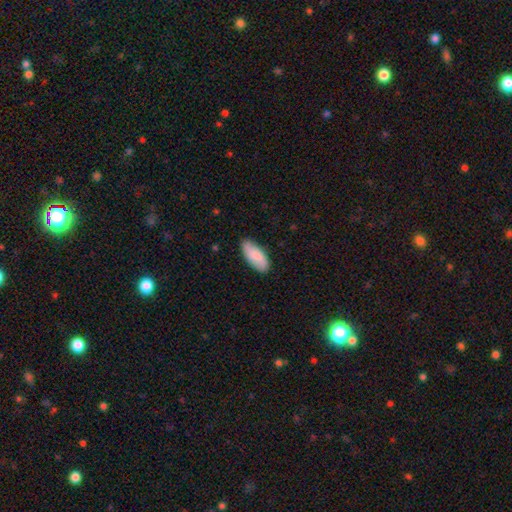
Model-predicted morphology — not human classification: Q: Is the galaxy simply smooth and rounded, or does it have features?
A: smooth — 78%.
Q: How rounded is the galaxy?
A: in between — 87%.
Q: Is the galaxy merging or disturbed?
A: none — 83%.